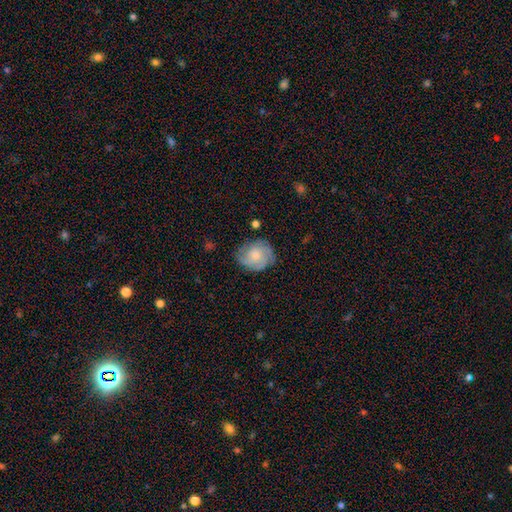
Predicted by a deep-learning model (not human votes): Smooth or featured? Predicted: smooth (p=0.49). Merging? Predicted: none (p=0.69).